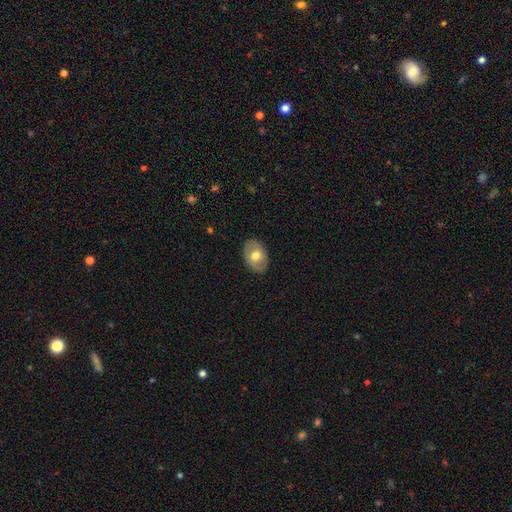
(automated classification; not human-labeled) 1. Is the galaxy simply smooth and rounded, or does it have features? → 57% smooth, 37% featured or disk, 6% star or artifact.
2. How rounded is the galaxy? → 75% in between, 24% round, 1% cigar-shaped.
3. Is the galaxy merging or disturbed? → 86% none, 11% minor disturbance, 3% major disturbance, 1% merger.